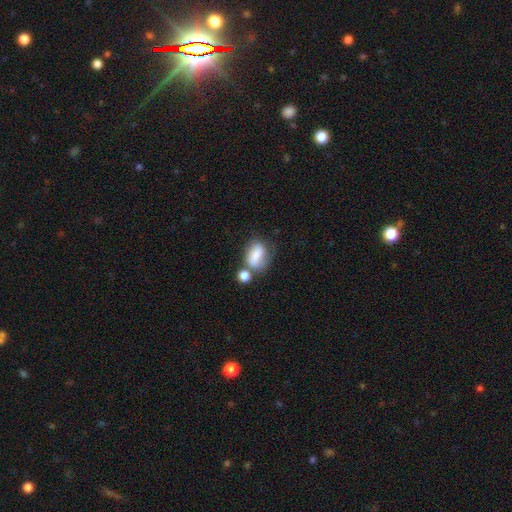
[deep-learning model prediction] smooth-or-featured: smooth: 75% | featured or disk: 17% | star or artifact: 9%
  how-rounded: in between: 78% | round: 20% | cigar-shaped: 3%
  merging: none: 37% | merger: 32% | minor disturbance: 20% | major disturbance: 11%